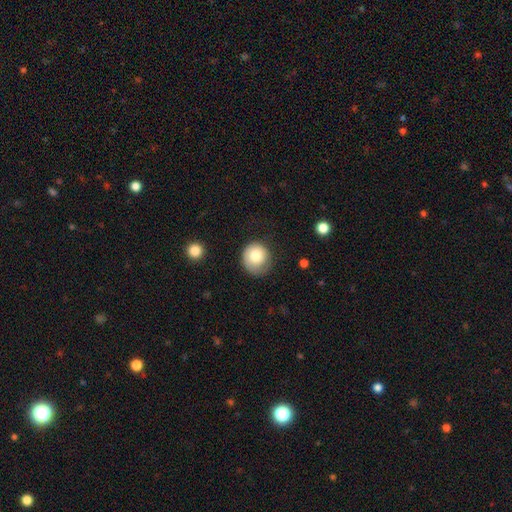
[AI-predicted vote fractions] Smooth or featured?
  - smooth: 79% *
  - featured or disk: 14%
  - star or artifact: 7%
How rounded?
  - round: 85% *
  - in between: 14%
  - cigar-shaped: 1%
Merging?
  - none: 61% *
  - minor disturbance: 26%
  - major disturbance: 11%
  - merger: 2%